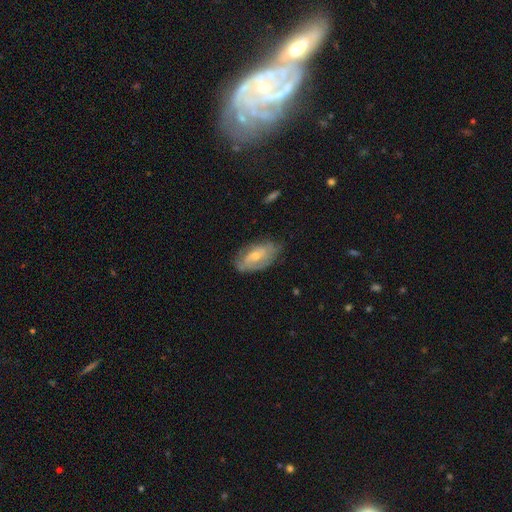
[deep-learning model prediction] The model was most divided on "bulge size": moderate: 50%, small: 45%, large: 2%, none: 2%, dominant: 1%. More confident: edge-on disk — no (91%); merging — none (67%); spiral arms — yes (67%); smooth or featured — featured or disk (59%); bar — no (53%).